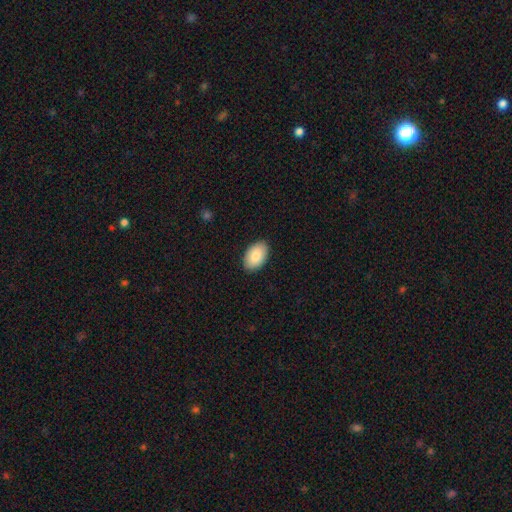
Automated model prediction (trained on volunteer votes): Overall: smooth (84%). How rounded: in between (92%). Merging: none (89%).